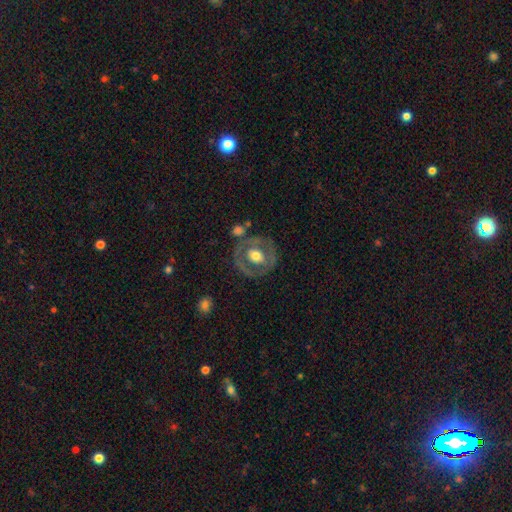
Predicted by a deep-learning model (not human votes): Q: Smooth or featured?
A: featured or disk (58%); runner-up: smooth (37%)
Q: Edge-on disk?
A: no (95%); runner-up: yes (5%)
Q: Bar?
A: no (73%); runner-up: weak (18%)
Q: Spiral arms?
A: no (82%); runner-up: yes (18%)
Q: Bulge size?
A: moderate (64%); runner-up: large (26%)
Q: Merging?
A: none (72%); runner-up: minor disturbance (15%)